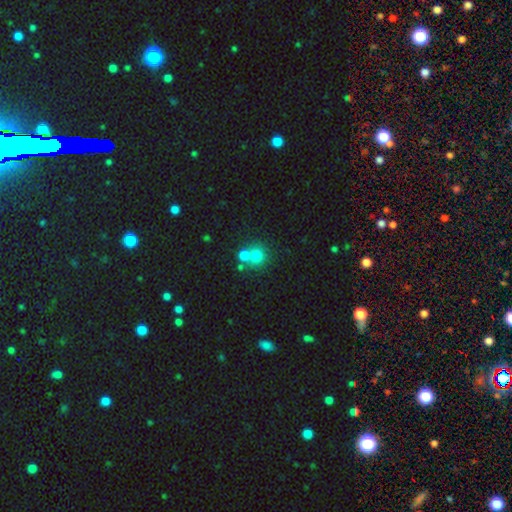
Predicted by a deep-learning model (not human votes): Smooth or featured? smooth (73%)
How rounded? round (88%)
Merging? none (52%)